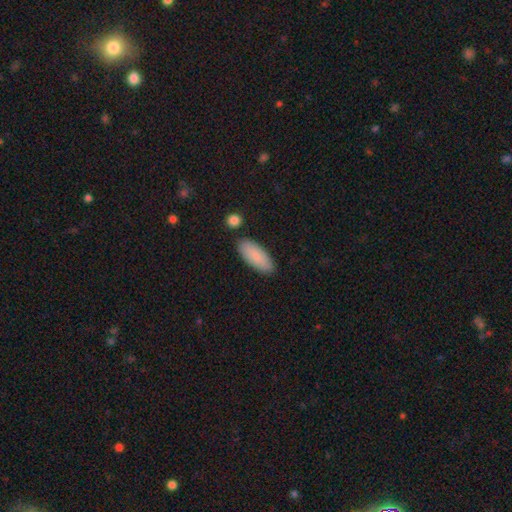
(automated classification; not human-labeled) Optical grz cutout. It shows a smooth galaxy with no disk features (85%) that is in between round and cigar-shaped (77%). Merging: none (83%).